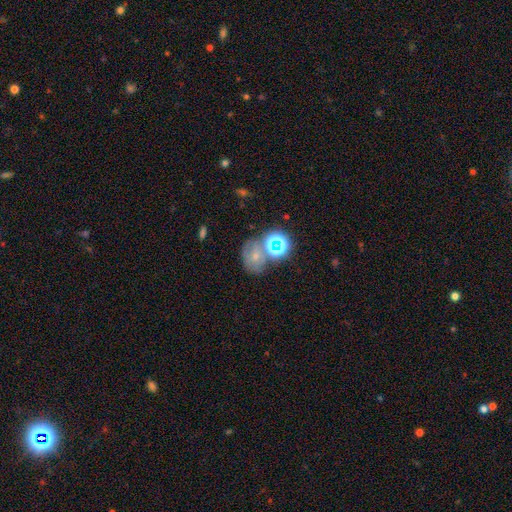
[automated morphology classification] smooth-or-featured: smooth: 47% | star or artifact: 27% | featured or disk: 26%
  merging: none: 44% | merger: 29% | minor disturbance: 17% | major disturbance: 10%